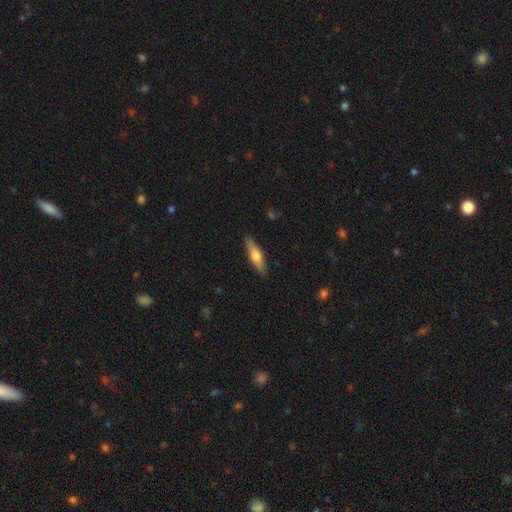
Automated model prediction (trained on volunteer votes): Smooth or featured? Predicted: smooth (p=0.58). How rounded? Predicted: cigar-shaped (p=0.68). Merging? Predicted: none (p=0.88).